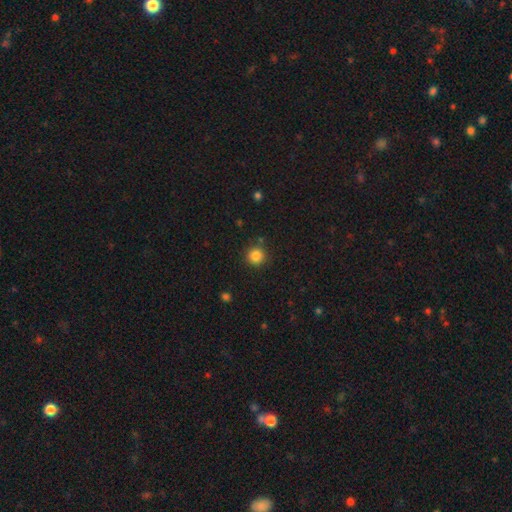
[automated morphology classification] A smooth galaxy with no disk features (85%) that is round (94%).

Vote fractions:
- Smooth or featured? smooth: 85% / star or artifact: 11% / featured or disk: 4%
- How rounded? round: 94% / in between: 5% / cigar-shaped: 1%
- Merging? none: 87% / minor disturbance: 8% / merger: 3% / major disturbance: 3%